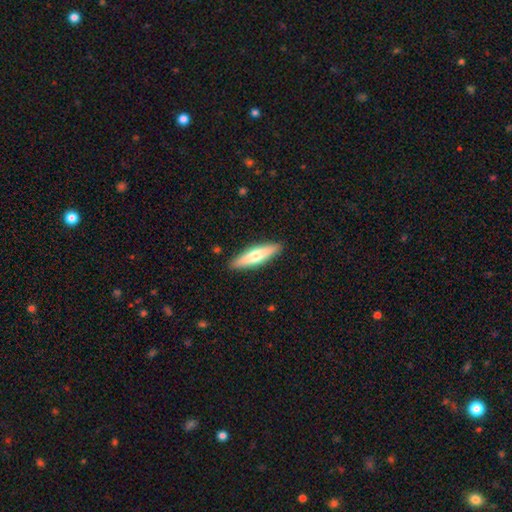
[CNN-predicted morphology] smooth 60%, featured or disk 35%, star or artifact 5%. Down the decision tree: how rounded — cigar-shaped (73%); merging — none (90%).